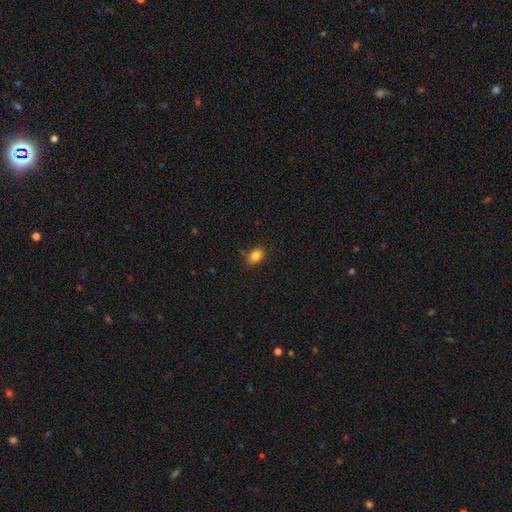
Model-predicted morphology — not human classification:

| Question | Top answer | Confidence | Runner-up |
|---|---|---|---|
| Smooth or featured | smooth | 83% | star or artifact (11%) |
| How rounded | in between | 71% | round (27%) |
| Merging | none | 78% | minor disturbance (16%) |